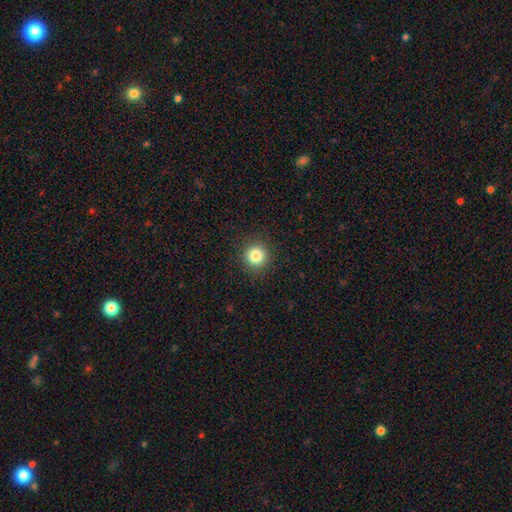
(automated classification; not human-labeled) A smooth galaxy with no disk features (83%) that is round (94%). Merging: none (92%).